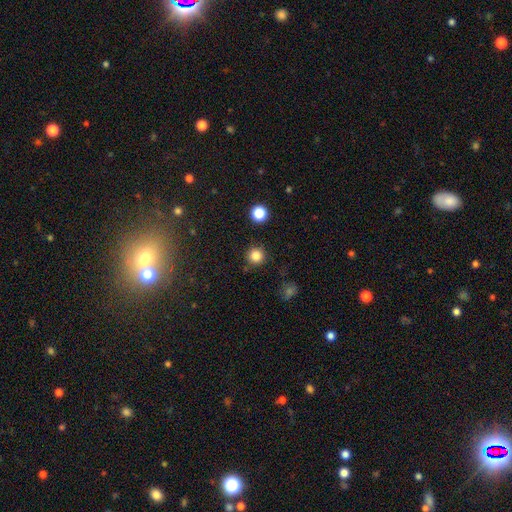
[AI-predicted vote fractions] The model was most divided on "smooth or featured": smooth: 83%, star or artifact: 12%, featured or disk: 5%. More confident: how rounded — round (95%); merging — none (89%).